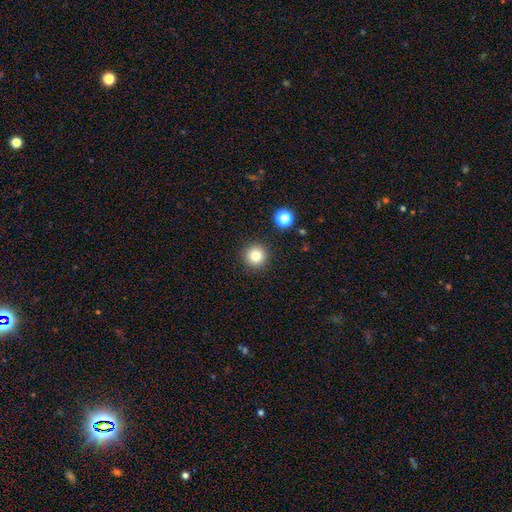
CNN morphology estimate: Smooth or featured? smooth (82%)
How rounded? round (96%)
Merging? none (91%)